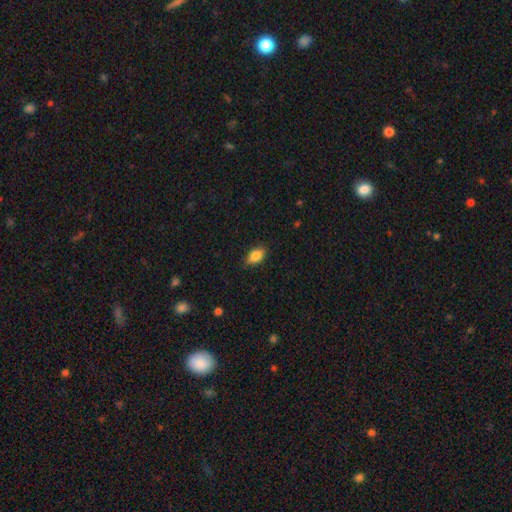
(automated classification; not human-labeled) smooth 84%, star or artifact 8%, featured or disk 8%. Down the decision tree: how rounded — in between (88%); merging — none (80%).